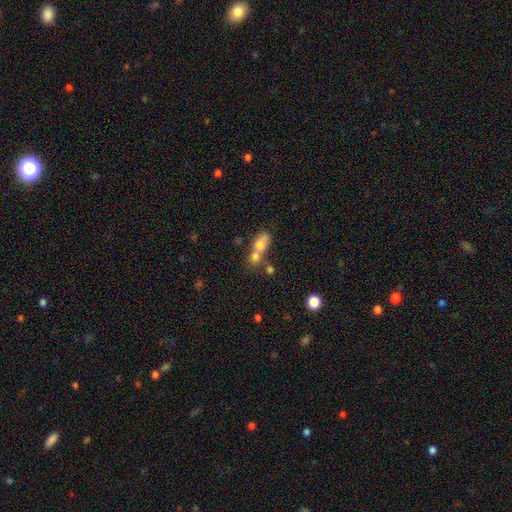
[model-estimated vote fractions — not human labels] The model was most divided on "how rounded": in between: 52%, round: 42%, cigar-shaped: 6%. More confident: smooth or featured — smooth (66%); merging — merger (61%).